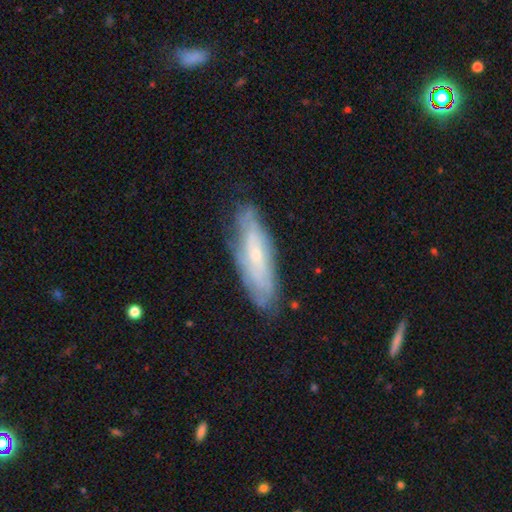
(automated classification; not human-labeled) Smooth or featured? featured or disk (60%)
Edge-on disk? no (70%)
Merging? none (75%)